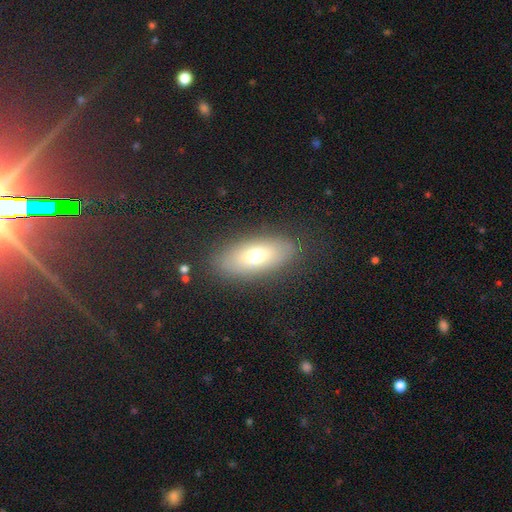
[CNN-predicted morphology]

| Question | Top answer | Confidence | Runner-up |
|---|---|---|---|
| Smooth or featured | smooth | 66% | featured or disk (25%) |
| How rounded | in between | 80% | cigar-shaped (15%) |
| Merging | none | 84% | minor disturbance (11%) |